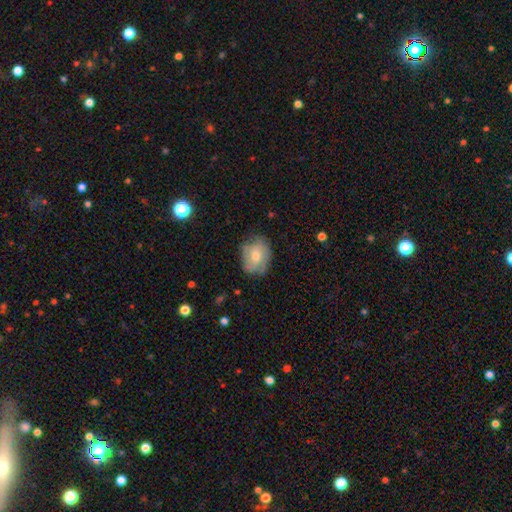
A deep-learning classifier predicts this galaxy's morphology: smooth 59%, featured or disk 34%, star or artifact 7%. Down the decision tree: how rounded — in between (55%); merging — none (63%).